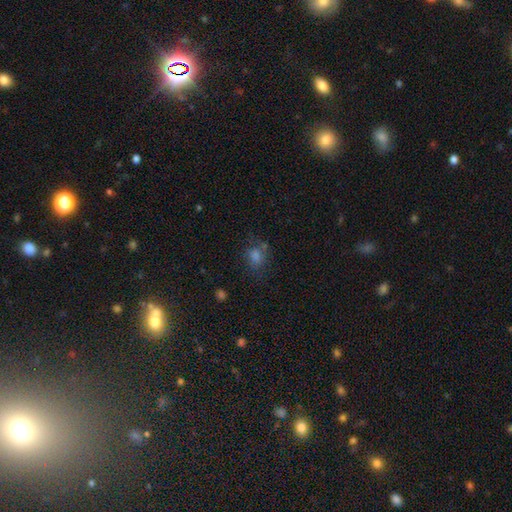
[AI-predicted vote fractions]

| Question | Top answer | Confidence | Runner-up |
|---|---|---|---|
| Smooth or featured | smooth | 56% | star or artifact (30%) |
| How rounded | round | 61% | in between (37%) |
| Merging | none | 66% | minor disturbance (18%) |